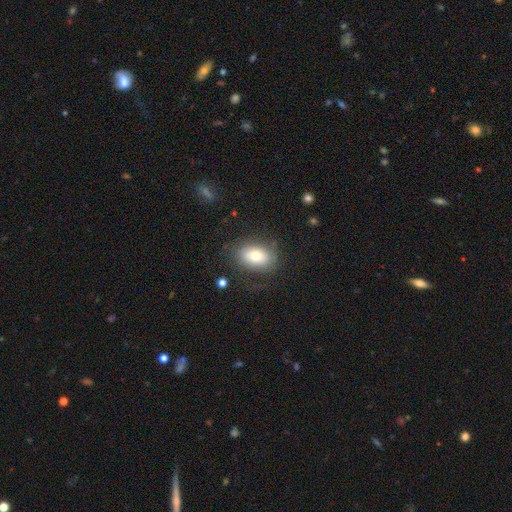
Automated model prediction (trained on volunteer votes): Morphology: type=smooth (71%); roundness=in between (79%); merging=none (74%).